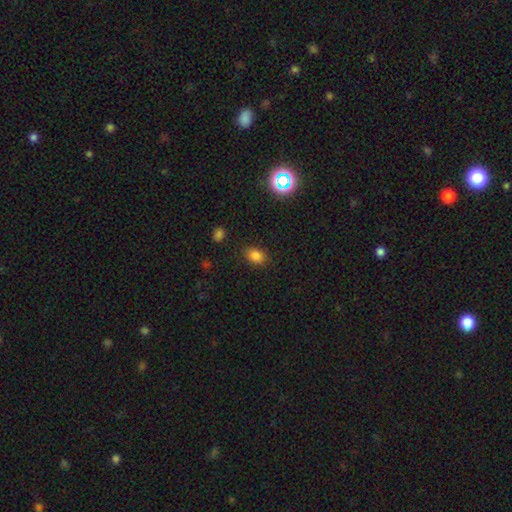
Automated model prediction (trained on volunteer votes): smooth 80%, star or artifact 14%, featured or disk 6%. Down the decision tree: how rounded — in between (68%); merging — none (84%).